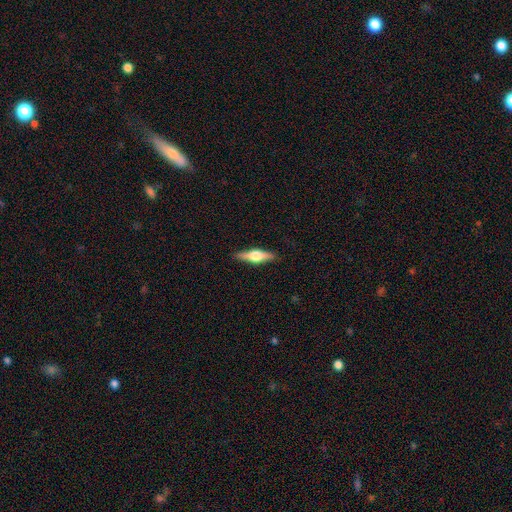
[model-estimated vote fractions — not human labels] A featured or disk galaxy (63%) viewed edge-on (96%) with a rounded central bulge (93%). Merging: none (89%).